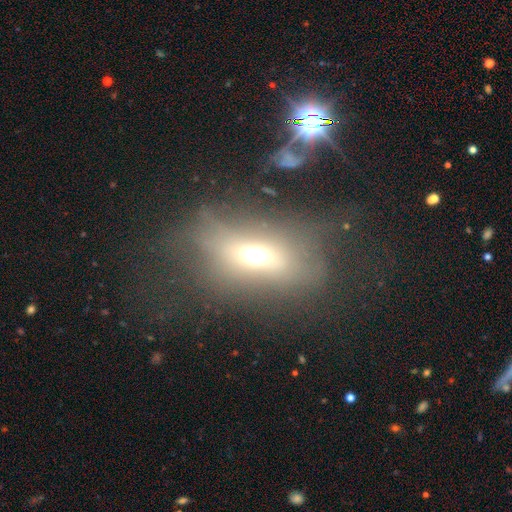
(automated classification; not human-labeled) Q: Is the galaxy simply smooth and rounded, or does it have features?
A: smooth — 49%.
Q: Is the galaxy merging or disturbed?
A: none — 54%.